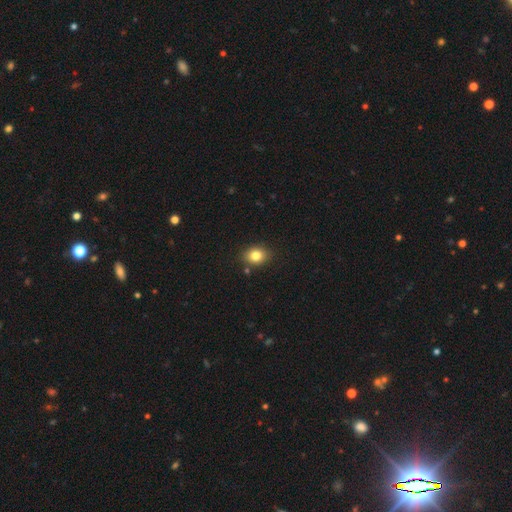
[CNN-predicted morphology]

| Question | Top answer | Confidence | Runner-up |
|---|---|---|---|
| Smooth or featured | smooth | 82% | star or artifact (11%) |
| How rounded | round | 52% | in between (47%) |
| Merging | none | 85% | minor disturbance (10%) |